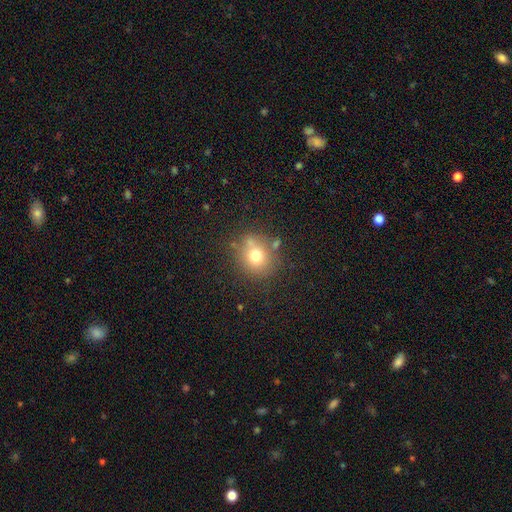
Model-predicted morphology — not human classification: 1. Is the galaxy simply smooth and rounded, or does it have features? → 72% smooth, 14% star or artifact, 14% featured or disk.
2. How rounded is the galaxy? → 79% round, 20% in between, 1% cigar-shaped.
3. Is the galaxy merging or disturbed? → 71% none, 15% minor disturbance, 9% merger, 5% major disturbance.